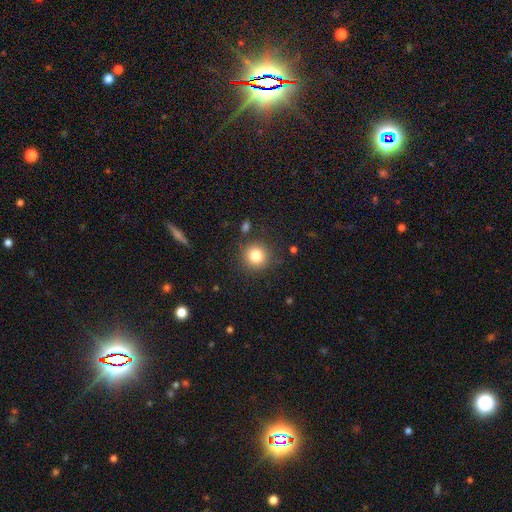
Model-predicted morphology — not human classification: smooth-or-featured: smooth: 81% | star or artifact: 12% | featured or disk: 8%
  how-rounded: round: 93% | in between: 6% | cigar-shaped: 1%
  merging: none: 87% | minor disturbance: 7% | major disturbance: 3% | merger: 2%